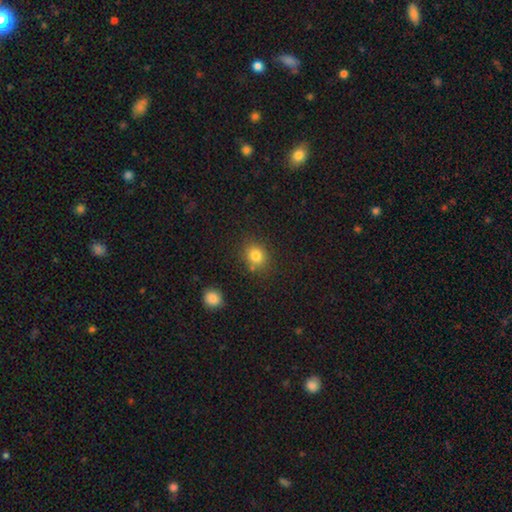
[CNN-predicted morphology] smooth 82%, star or artifact 12%, featured or disk 7%. Down the decision tree: how rounded — round (65%); merging — none (79%).